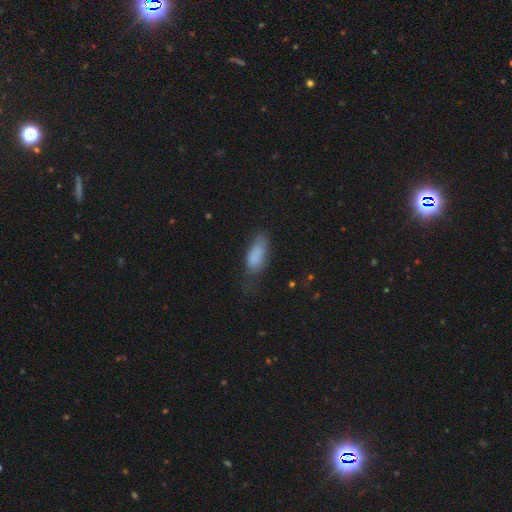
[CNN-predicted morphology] A smooth galaxy with no disk features (81%) that is in between round and cigar-shaped (80%). Merging: none (42%).